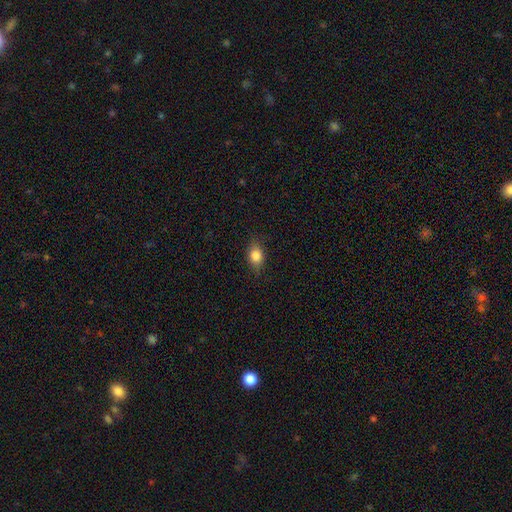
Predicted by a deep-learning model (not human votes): This appears to be a smooth galaxy with no disk features (80%) that is in between round and cigar-shaped (68%). Merging: none (81%).